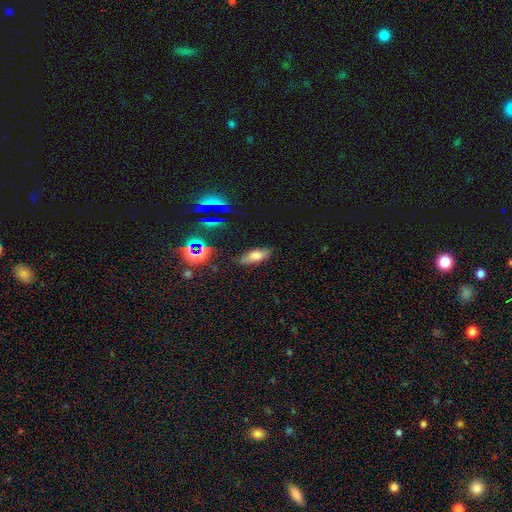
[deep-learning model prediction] The model was most divided on "how rounded": in between: 74%, cigar-shaped: 22%, round: 3%. More confident: merging — none (78%); smooth or featured — smooth (70%).